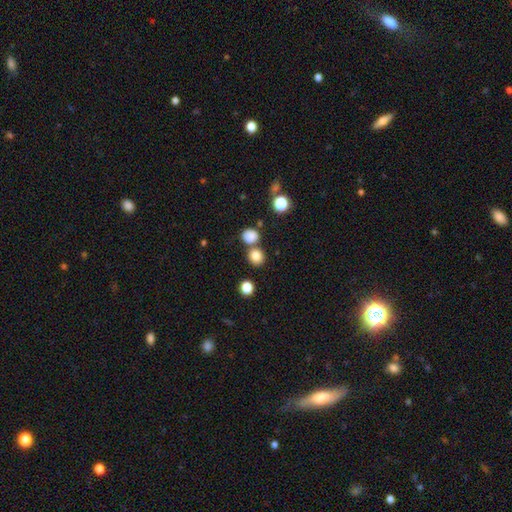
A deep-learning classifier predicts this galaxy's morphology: type=smooth (82%); roundness=round (82%); merging=none (68%).